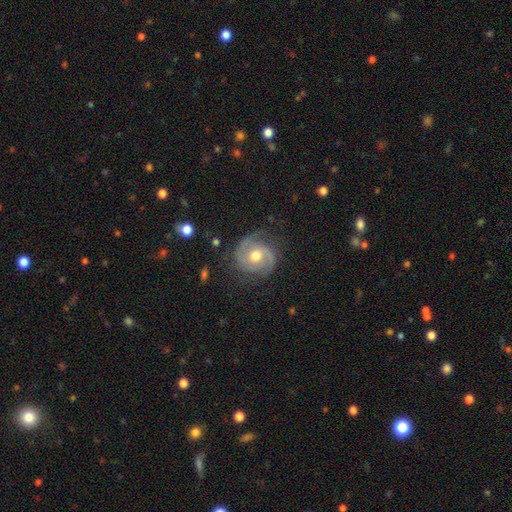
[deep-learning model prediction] A featured or disk galaxy (87%) with no bar (61%), 2 (87%) tight (47%) spiral arms (97%) and a moderate central bulge (78%). Merging: none (78%).